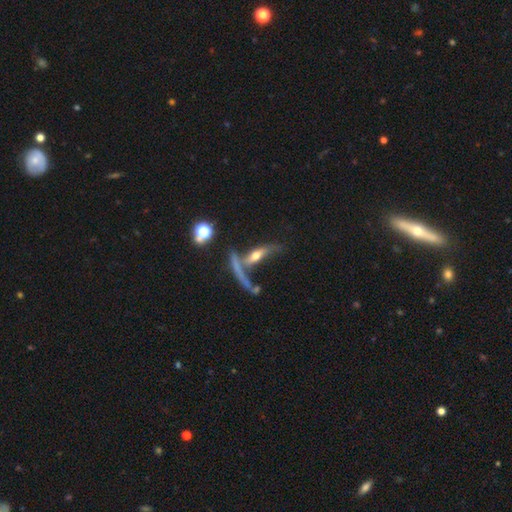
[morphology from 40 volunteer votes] A featured or disk galaxy (70%) viewed edge-on (68%) with a rounded central bulge (100%).

Vote fractions:
- Smooth or featured? featured or disk: 70% / smooth: 18% / star or artifact: 12%
- Edge-on disk? yes: 68% / no: 32%
- Edge-on bulge? rounded: 100% / boxy: 0% / none: 0%
- Merging? none: 54% / minor disturbance: 17% / merger: 17% / major disturbance: 11%